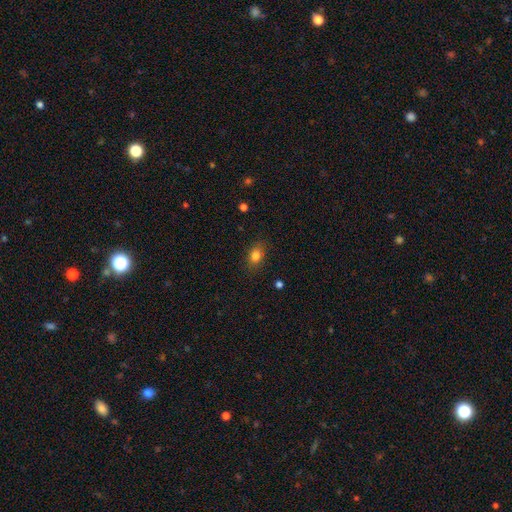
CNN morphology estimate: Smooth or featured?
  - smooth: 81% *
  - star or artifact: 12%
  - featured or disk: 8%
How rounded?
  - in between: 66% *
  - round: 32%
  - cigar-shaped: 2%
Merging?
  - none: 84% *
  - minor disturbance: 11%
  - major disturbance: 3%
  - merger: 1%